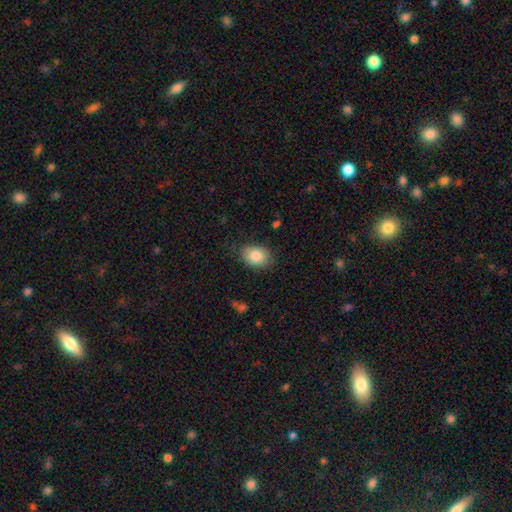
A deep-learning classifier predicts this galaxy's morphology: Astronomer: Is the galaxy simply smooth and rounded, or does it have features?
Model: smooth — 86%.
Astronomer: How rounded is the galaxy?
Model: in between — 71%.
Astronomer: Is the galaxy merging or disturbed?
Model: none — 78%.